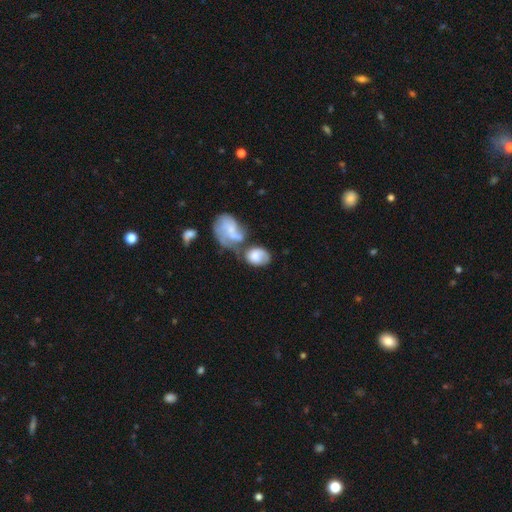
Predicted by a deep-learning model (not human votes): The model was most divided on "smooth or featured": smooth: 58%, featured or disk: 34%, star or artifact: 7%. More confident: how rounded — in between (69%); merging — merger (51%).